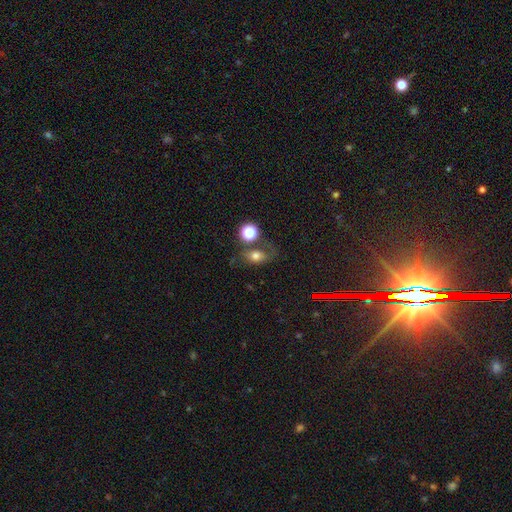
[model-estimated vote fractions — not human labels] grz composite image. It shows a smooth galaxy with no disk features (68%) that is in between round and cigar-shaped (64%). Merging: none (48%).